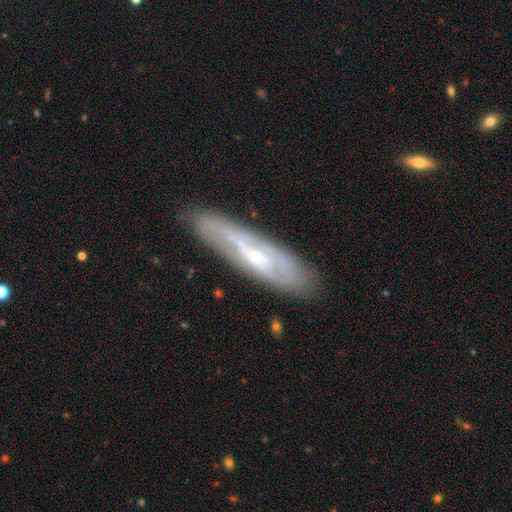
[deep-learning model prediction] This appears to be a featured or disk galaxy (67%). Merging: none (79%).